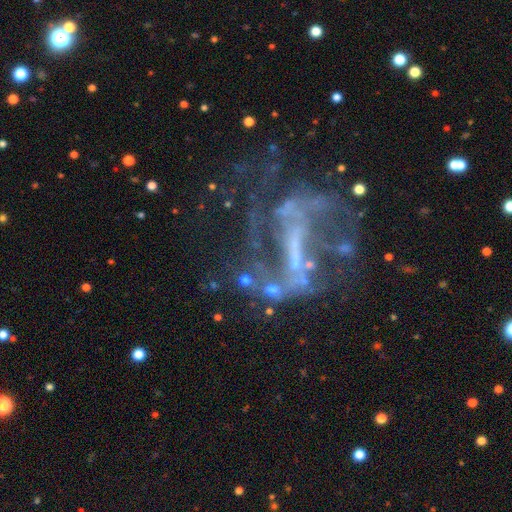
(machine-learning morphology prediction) A featured or disk galaxy (76%) with a strong bar (50%), spiral arms (58%) and no central bulge (59%). Merging: none (41%).